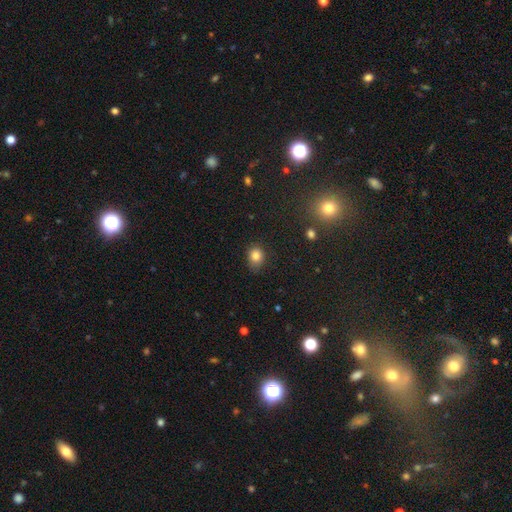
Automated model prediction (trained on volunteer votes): A smooth galaxy with no disk features (83%) that is round (56%).

Vote fractions:
- Smooth or featured? smooth: 83% / star or artifact: 11% / featured or disk: 6%
- How rounded? round: 56% / in between: 43% / cigar-shaped: 1%
- Merging? none: 76% / minor disturbance: 18% / major disturbance: 4% / merger: 2%